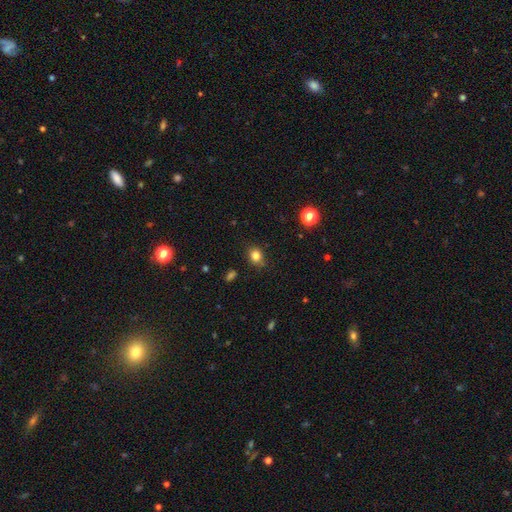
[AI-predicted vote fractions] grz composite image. It shows a smooth galaxy with no disk features (81%) that is round (56%). Merging: none (78%).